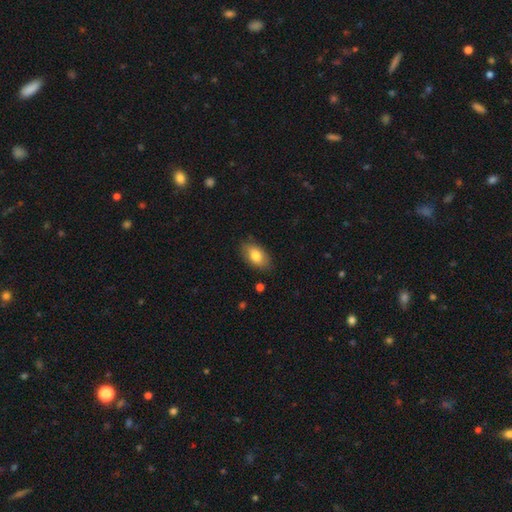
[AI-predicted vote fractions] Smooth or featured?
  - smooth: 80% *
  - featured or disk: 13%
  - star or artifact: 7%
How rounded?
  - in between: 92% *
  - round: 6%
  - cigar-shaped: 2%
Merging?
  - none: 82% *
  - minor disturbance: 14%
  - major disturbance: 2%
  - merger: 1%